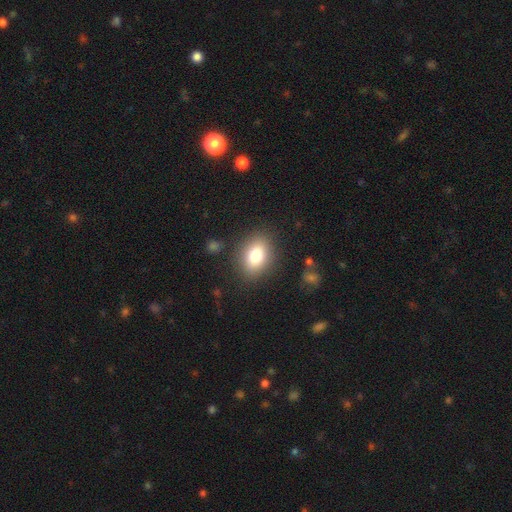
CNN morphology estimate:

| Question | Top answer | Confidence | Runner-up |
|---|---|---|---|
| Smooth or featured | smooth | 80% | featured or disk (11%) |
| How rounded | in between | 74% | round (24%) |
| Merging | none | 84% | minor disturbance (10%) |